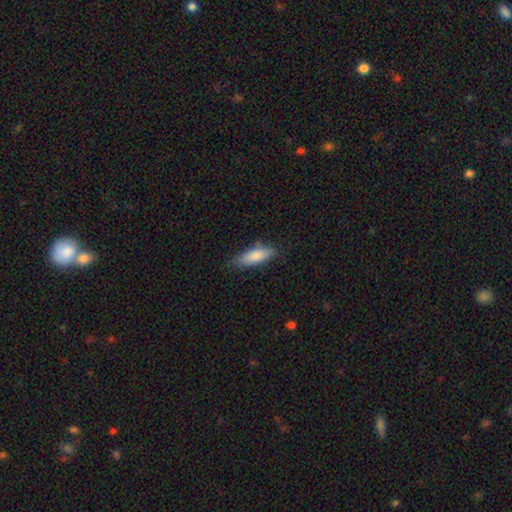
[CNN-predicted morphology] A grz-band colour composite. It shows a smooth galaxy with no disk features (81%) that is in between round and cigar-shaped (55%). Merging: none (74%).